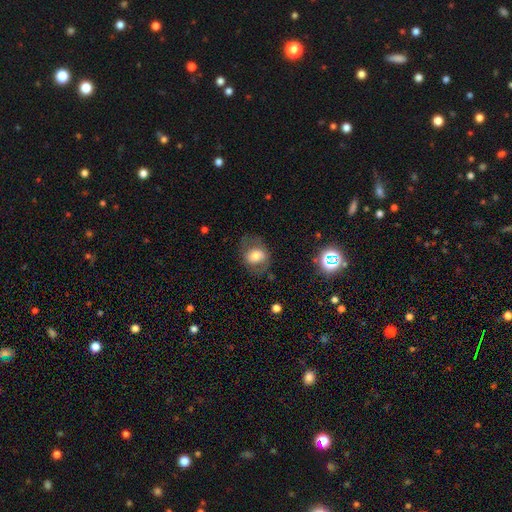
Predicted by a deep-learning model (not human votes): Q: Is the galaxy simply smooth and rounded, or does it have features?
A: smooth — 59%.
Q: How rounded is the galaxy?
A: round — 50%.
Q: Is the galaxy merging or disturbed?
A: none — 65%.